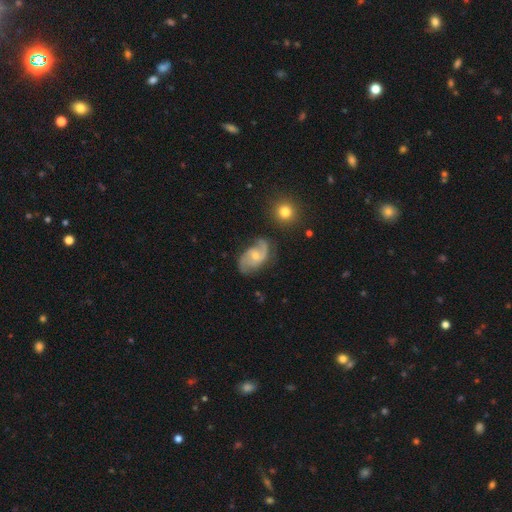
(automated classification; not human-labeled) Smooth or featured? Predicted: featured or disk (p=0.83). Edge-on disk? Predicted: no (p=0.97). Bar? Predicted: no (p=0.54). Spiral arms? Predicted: yes (p=0.95). Spiral winding? Predicted: medium (p=0.48). Spiral arm count? Predicted: 2 (p=0.84). Bulge size? Predicted: small (p=0.49). Merging? Predicted: none (p=0.65).